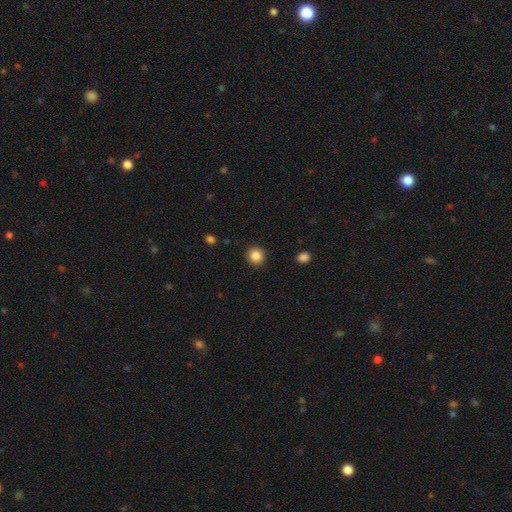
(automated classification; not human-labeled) A smooth galaxy with no disk features (86%) that is round (90%). Merging: none (91%).